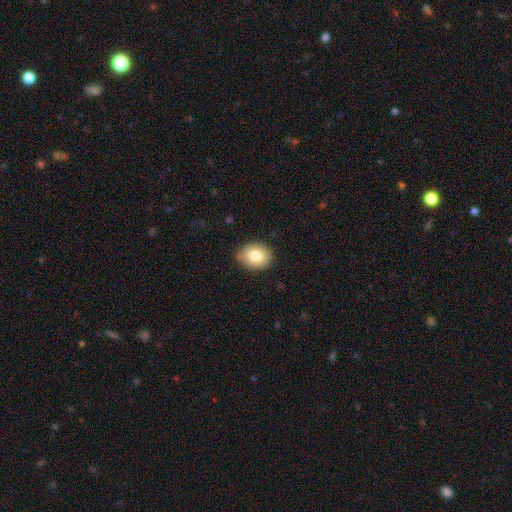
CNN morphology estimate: This appears to be a smooth galaxy with no disk features (81%) that is in between round and cigar-shaped (53%). Merging: none (81%).